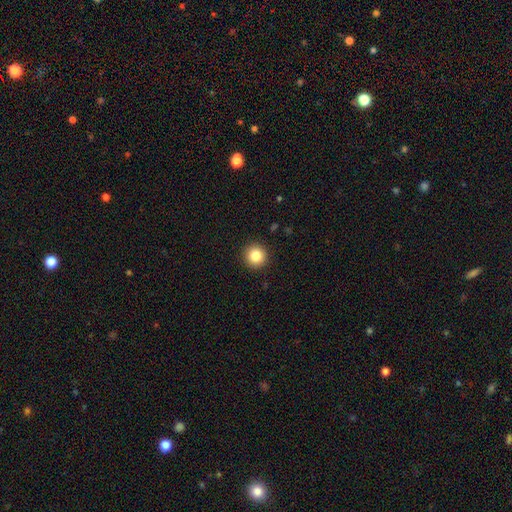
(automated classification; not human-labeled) Smooth or featured? Predicted: smooth (p=0.84). How rounded? Predicted: round (p=0.95). Merging? Predicted: none (p=0.93).